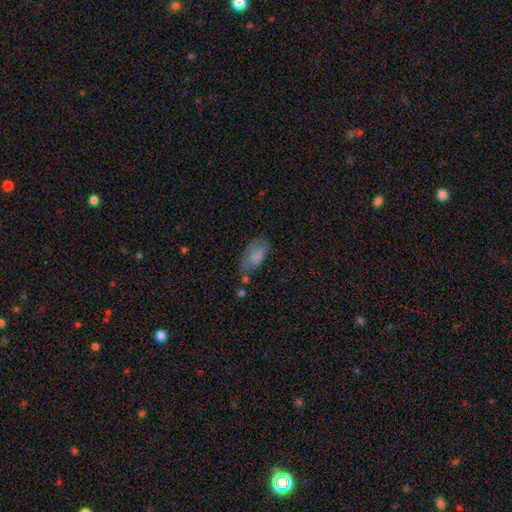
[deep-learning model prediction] This appears to be a smooth galaxy with no disk features (77%) that is in between round and cigar-shaped (91%). Merging: none (51%).